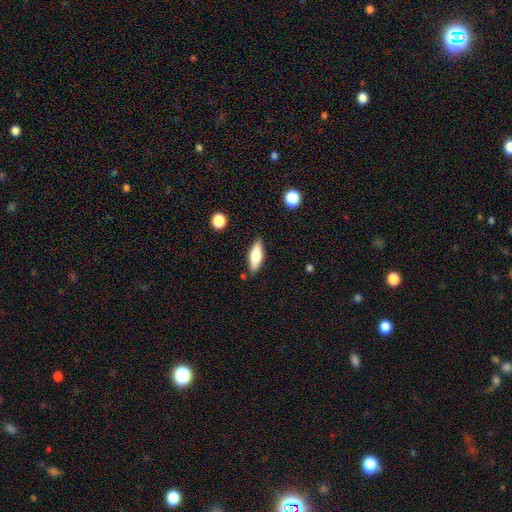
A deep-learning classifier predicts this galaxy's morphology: Smooth or featured: smooth — 69% (featured or disk — 24%)
How rounded: in between — 59% (cigar-shaped — 39%)
Merging: none — 84% (minor disturbance — 12%)